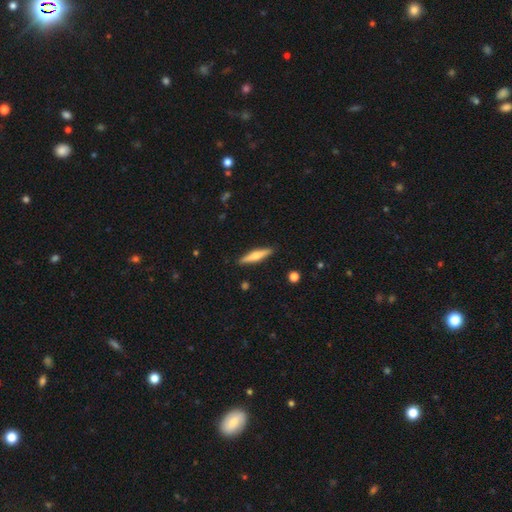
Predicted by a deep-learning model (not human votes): Smooth or featured: featured or disk — 49% (smooth — 46%)
Merging: none — 90% (minor disturbance — 7%)